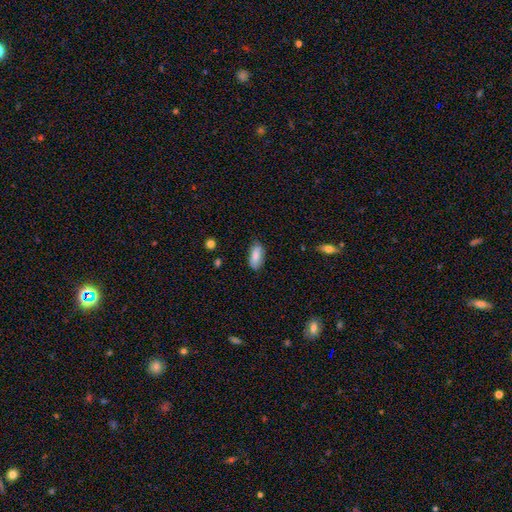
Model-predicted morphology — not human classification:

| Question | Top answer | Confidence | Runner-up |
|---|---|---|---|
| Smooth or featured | smooth | 83% | featured or disk (11%) |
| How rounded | in between | 87% | cigar-shaped (10%) |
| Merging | none | 80% | minor disturbance (16%) |